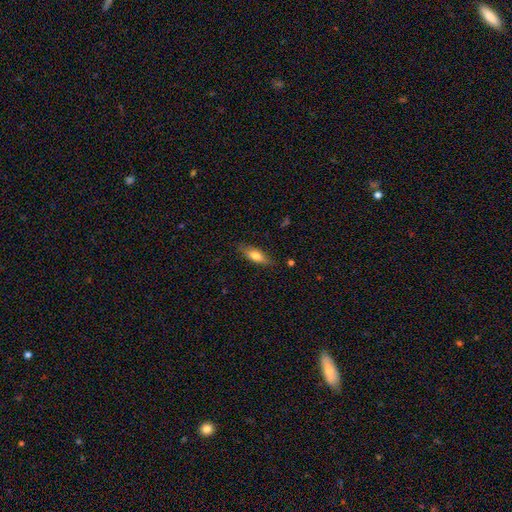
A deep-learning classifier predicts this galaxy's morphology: Smooth or featured: smooth — 68% (featured or disk — 25%)
How rounded: in between — 61% (cigar-shaped — 37%)
Merging: none — 81% (minor disturbance — 15%)